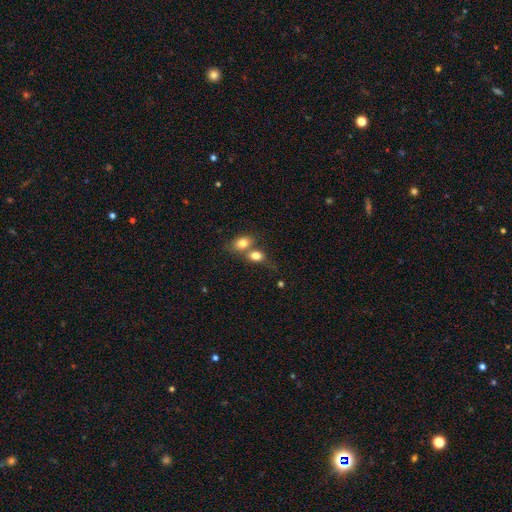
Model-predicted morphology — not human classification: Smooth or featured? Predicted: smooth (p=0.80). How rounded? Predicted: in between (p=0.64). Merging? Predicted: merger (p=0.55).